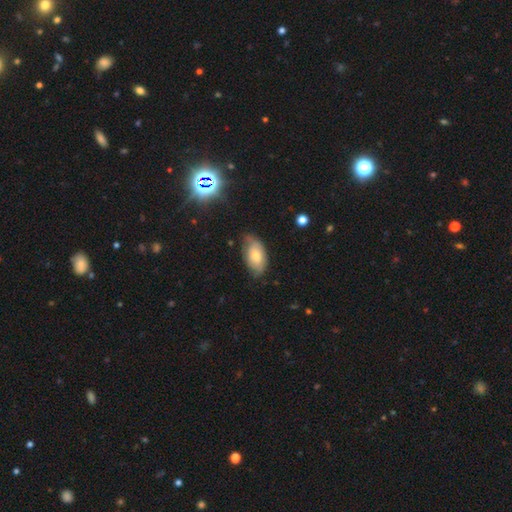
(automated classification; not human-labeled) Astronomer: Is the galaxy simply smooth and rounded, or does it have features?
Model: smooth — 62%.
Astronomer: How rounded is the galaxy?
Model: in between — 93%.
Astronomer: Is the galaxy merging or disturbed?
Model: none — 59%.